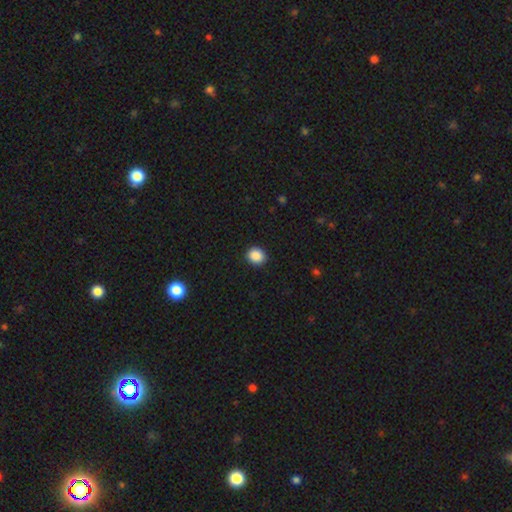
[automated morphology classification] The model was most divided on "how rounded": round: 72%, in between: 27%, cigar-shaped: 1%. More confident: merging — none (91%); smooth or featured — smooth (89%).